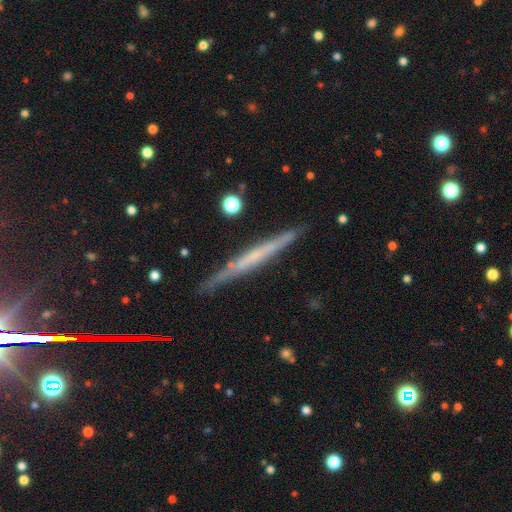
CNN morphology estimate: The model was most divided on "smooth or featured": featured or disk: 60%, smooth: 33%, star or artifact: 7%. More confident: edge-on disk — yes (96%); merging — none (84%); edge-on bulge — none (79%).